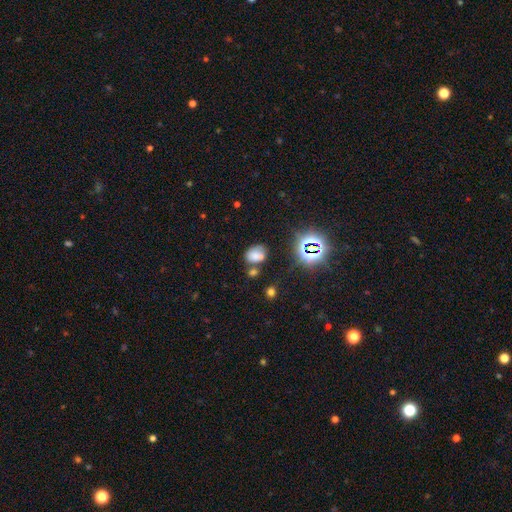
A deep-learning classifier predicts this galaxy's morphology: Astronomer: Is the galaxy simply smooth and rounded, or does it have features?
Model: smooth — 66%.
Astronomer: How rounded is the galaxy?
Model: in between — 61% (runner-up: round, 37%).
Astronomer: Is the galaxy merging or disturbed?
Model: none — 51%.